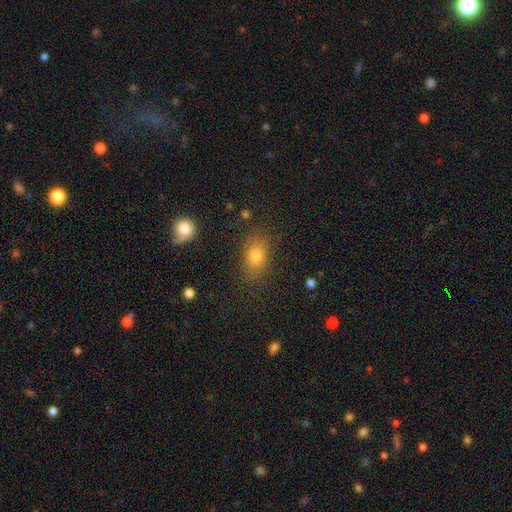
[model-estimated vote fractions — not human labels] smooth_or_featured: smooth (p=0.77) [alt: star or artifact p=0.13]
how_rounded: in between (p=0.77) [alt: round p=0.20]
merging: none (p=0.81) [alt: minor disturbance p=0.12]